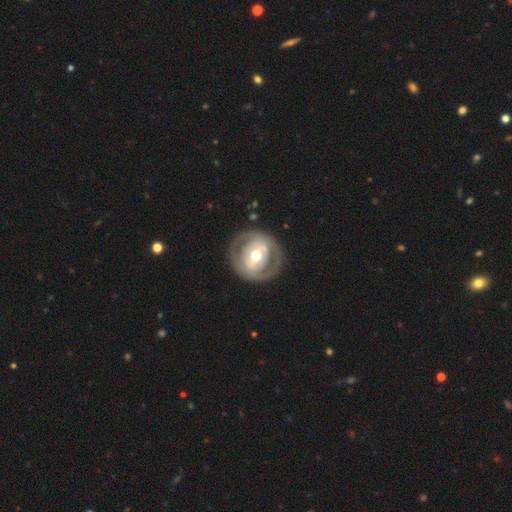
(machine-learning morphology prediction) type=featured or disk (64%); edge-on=no (95%); bar=no (41%); spiral arms=no (67%); bulge=moderate (72%); merging=none (81%).